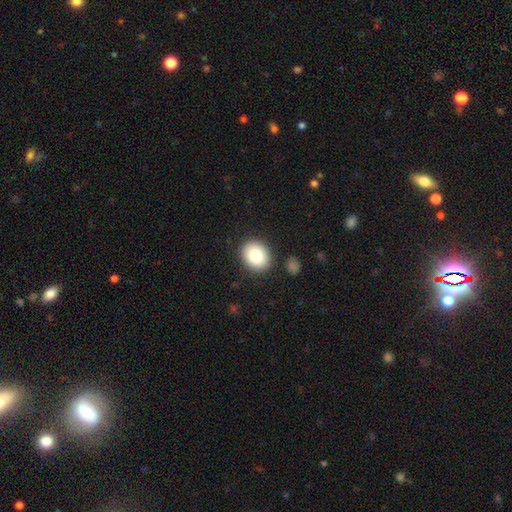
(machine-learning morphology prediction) This appears to be a smooth galaxy with no disk features (82%) that is round (55%). Merging: none (86%).